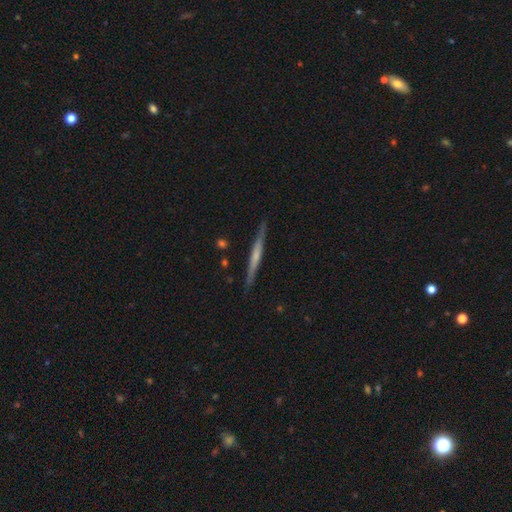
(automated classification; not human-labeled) A featured or disk galaxy (59%) viewed edge-on (97%) with no central bulge (61%).

Vote fractions:
- Smooth or featured? featured or disk: 59% / smooth: 35% / star or artifact: 5%
- Edge-on disk? yes: 97% / no: 3%
- Edge-on bulge? none: 61% / rounded: 28% / boxy: 11%
- Merging? none: 88% / minor disturbance: 9% / major disturbance: 2% / merger: 1%